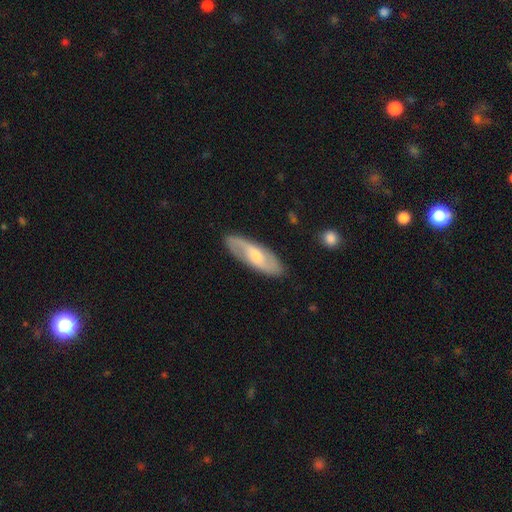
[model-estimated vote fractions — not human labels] Overall: featured or disk (64%; smooth 31%). Edge-on disk: no (85%). Bar: no (46%; weak 43%). Spiral arms: yes (88%). Bulge size: moderate (51%; small 40%). Merging: none (85%).